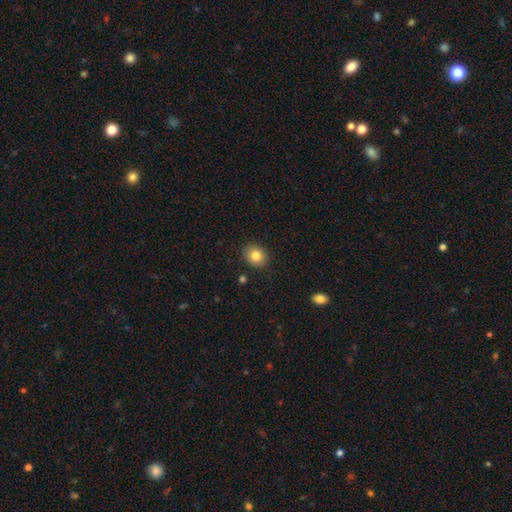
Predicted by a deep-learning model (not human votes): Q: Smooth or featured?
A: smooth (83%); runner-up: star or artifact (10%)
Q: How rounded?
A: round (68%); runner-up: in between (31%)
Q: Merging?
A: none (89%); runner-up: minor disturbance (8%)